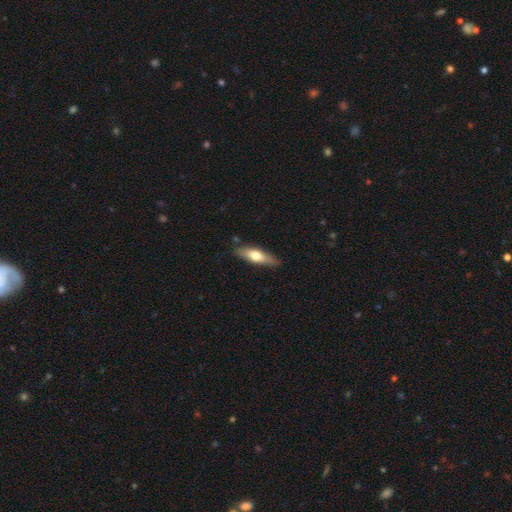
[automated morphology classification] Smooth or featured? smooth (57%)
How rounded? cigar-shaped (62%)
Merging? none (83%)